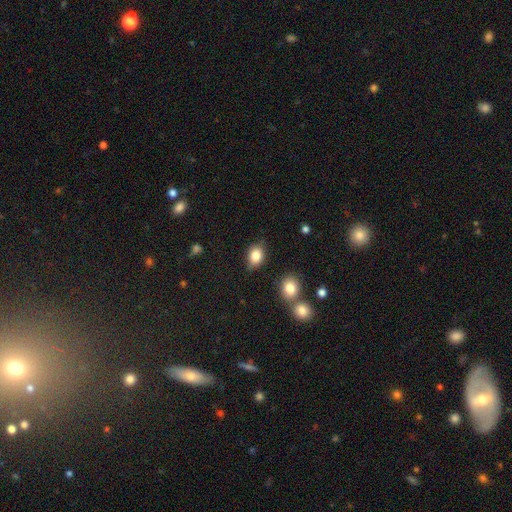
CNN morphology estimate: A smooth galaxy with no disk features (83%) that is in between round and cigar-shaped (66%). Merging: none (72%).